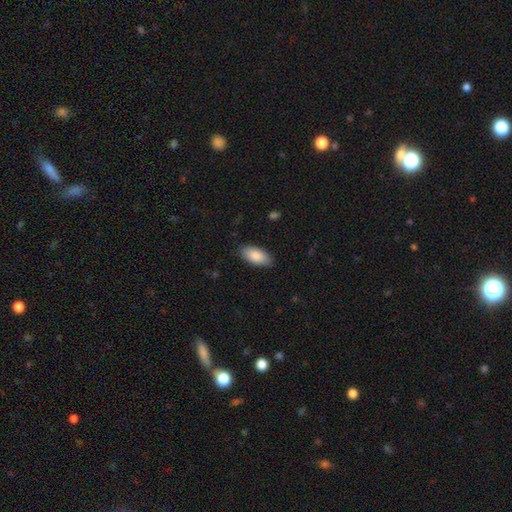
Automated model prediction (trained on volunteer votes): Morphology: type=smooth (87%); roundness=in between (91%); merging=none (86%).